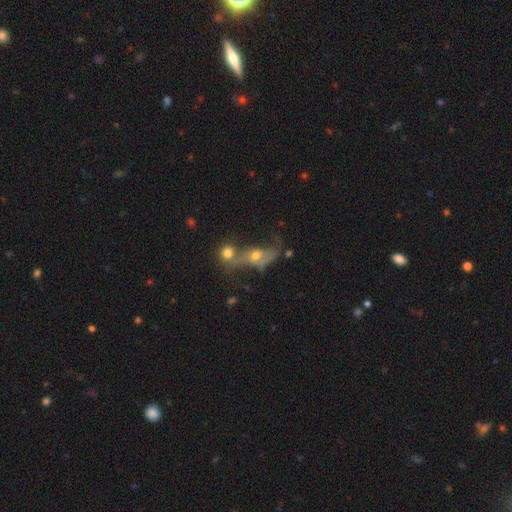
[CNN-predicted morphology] Smooth or featured? Predicted: featured or disk (p=0.47). Merging? Predicted: merger (p=0.47).